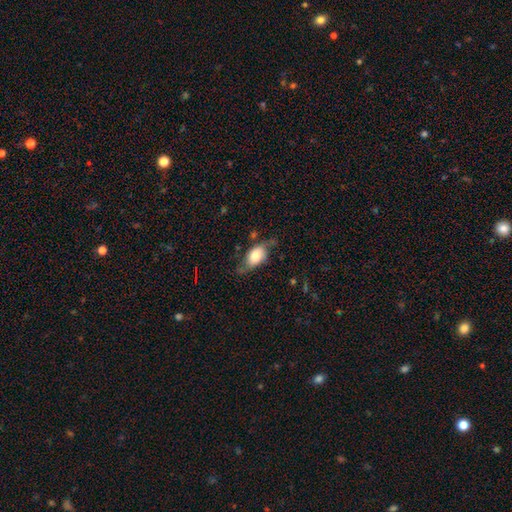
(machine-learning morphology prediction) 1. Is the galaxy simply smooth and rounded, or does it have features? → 60% smooth, 33% featured or disk, 8% star or artifact.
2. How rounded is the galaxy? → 86% in between, 10% round, 4% cigar-shaped.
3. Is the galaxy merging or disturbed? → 54% none, 30% minor disturbance, 13% major disturbance, 2% merger.